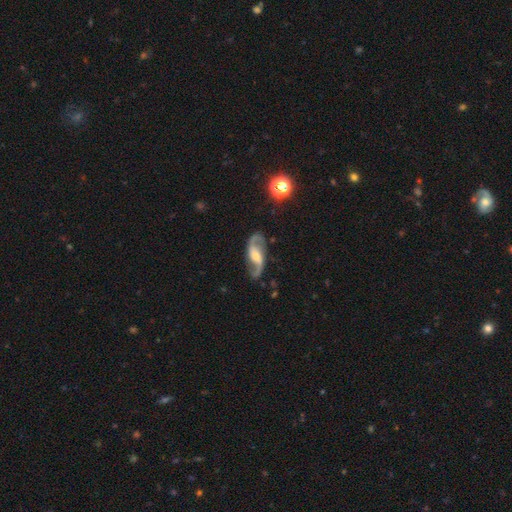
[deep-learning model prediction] Smooth or featured: featured or disk — 89% (smooth — 6%)
Edge-on disk: no — 96% (yes — 4%)
Bar: weak — 43% (no — 38%)
Spiral arms: yes — 97% (no — 3%)
Spiral winding: loose — 57% (medium — 35%)
Spiral arm count: 2 — 93% (can't tell — 2%)
Bulge size: moderate — 49% (small — 39%)
Merging: none — 80% (minor disturbance — 13%)